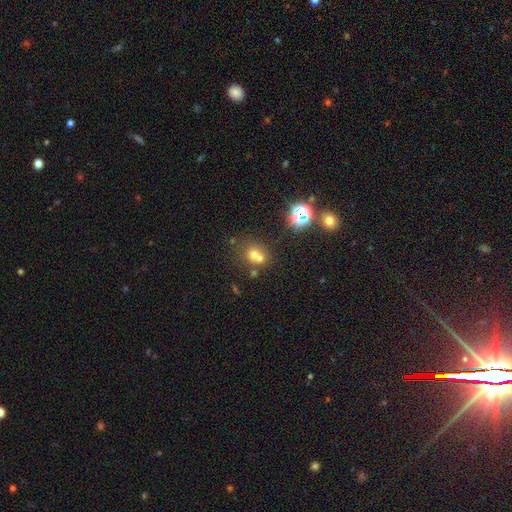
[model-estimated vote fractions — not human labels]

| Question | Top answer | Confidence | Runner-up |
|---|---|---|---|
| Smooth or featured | smooth | 60% | star or artifact (24%) |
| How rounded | round | 75% | in between (24%) |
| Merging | merger | 49% | none (39%) |